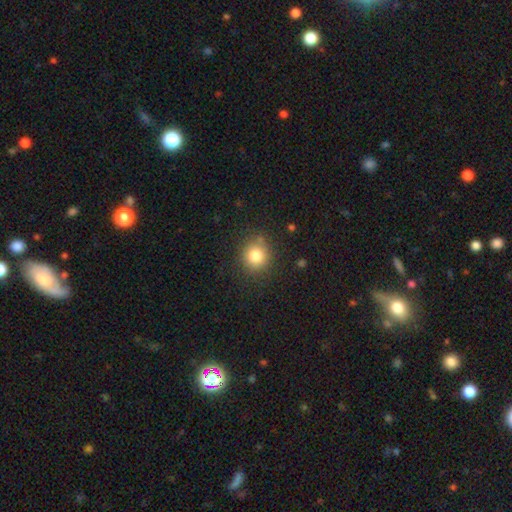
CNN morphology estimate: type=smooth (82%); roundness=round (87%); merging=none (84%).